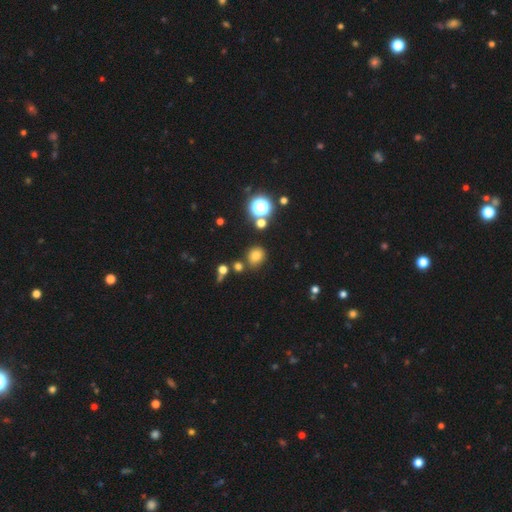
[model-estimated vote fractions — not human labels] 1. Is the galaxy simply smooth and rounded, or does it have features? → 73% smooth, 20% star or artifact, 8% featured or disk.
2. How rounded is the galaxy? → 77% round, 22% in between, 1% cigar-shaped.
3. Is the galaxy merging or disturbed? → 80% none, 10% minor disturbance, 7% merger, 3% major disturbance.